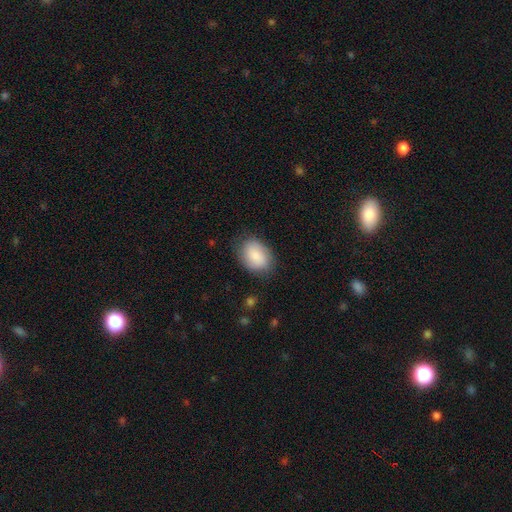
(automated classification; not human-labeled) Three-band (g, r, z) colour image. It shows a smooth galaxy with no disk features (85%) that is in between round and cigar-shaped (81%). Merging: none (79%).